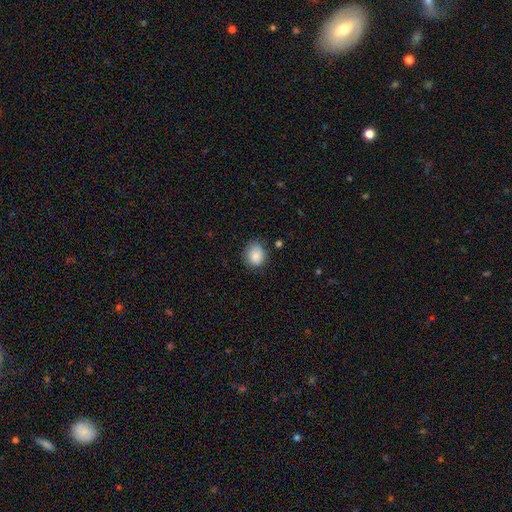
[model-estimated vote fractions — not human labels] The model was most divided on "how rounded": round: 70%, in between: 29%, cigar-shaped: 1%. More confident: smooth or featured — smooth (85%); merging — none (77%).